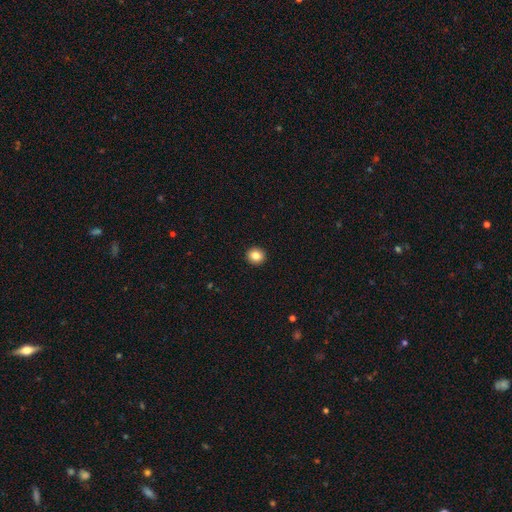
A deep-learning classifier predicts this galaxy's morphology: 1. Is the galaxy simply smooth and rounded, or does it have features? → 85% smooth, 10% star or artifact, 6% featured or disk.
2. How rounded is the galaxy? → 89% round, 10% in between, 1% cigar-shaped.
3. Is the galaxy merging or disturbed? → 93% none, 4% minor disturbance, 1% major disturbance, 1% merger.